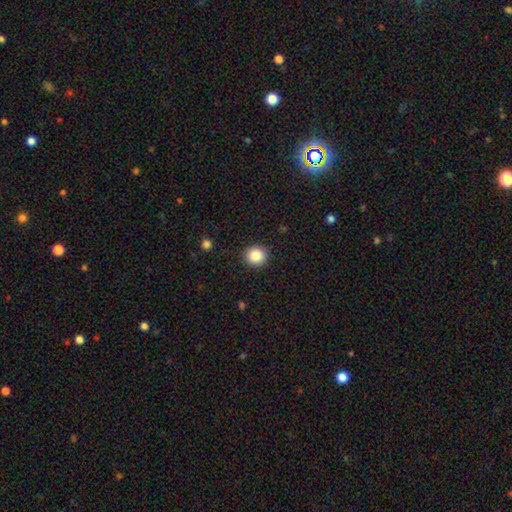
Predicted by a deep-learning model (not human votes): smooth 86%, star or artifact 10%, featured or disk 4%. Down the decision tree: how rounded — round (89%); merging — none (91%).